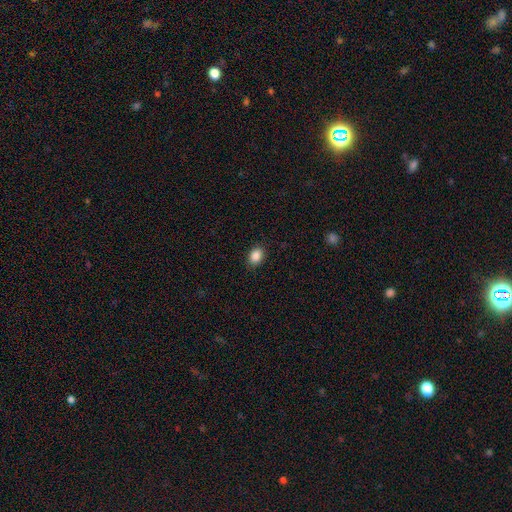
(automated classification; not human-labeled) This is clearly a smooth galaxy (88%). How rounded: likely in between (72%). Merging: clearly none (88%).